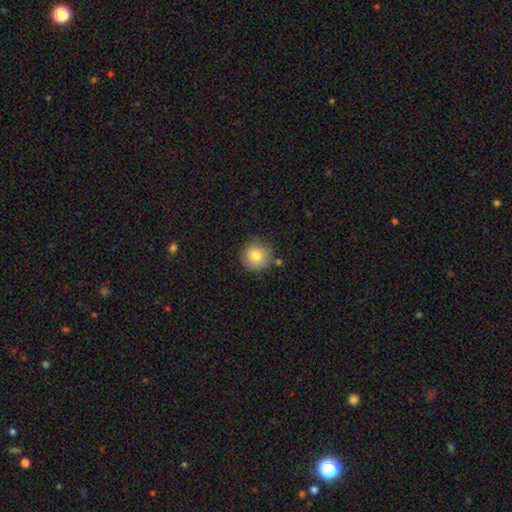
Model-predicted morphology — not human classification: Smooth or featured? smooth (80%)
How rounded? round (94%)
Merging? none (80%)